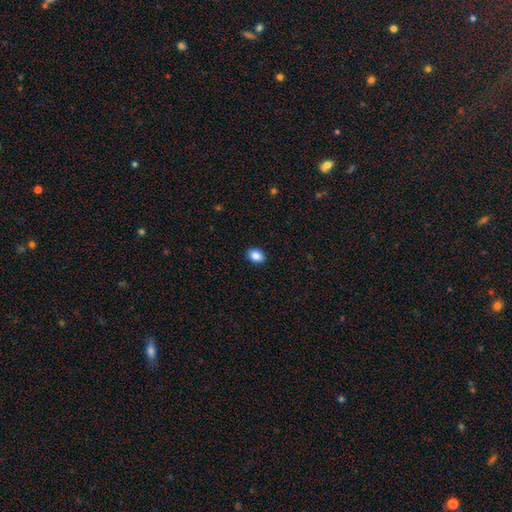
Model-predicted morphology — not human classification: This is clearly a smooth galaxy (87%). How rounded: likely in between (72%). Merging: clearly none (90%).